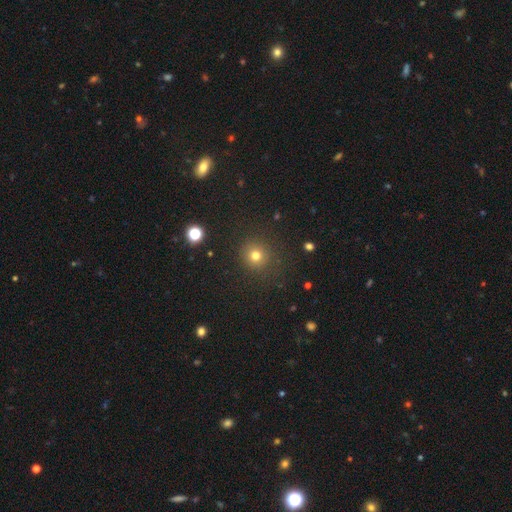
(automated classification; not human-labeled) A smooth galaxy with no disk features (76%) that is round (91%).

Vote fractions:
- Smooth or featured? smooth: 76% / star or artifact: 17% / featured or disk: 7%
- How rounded? round: 91% / in between: 8% / cigar-shaped: 1%
- Merging? none: 87% / minor disturbance: 8% / major disturbance: 3% / merger: 2%